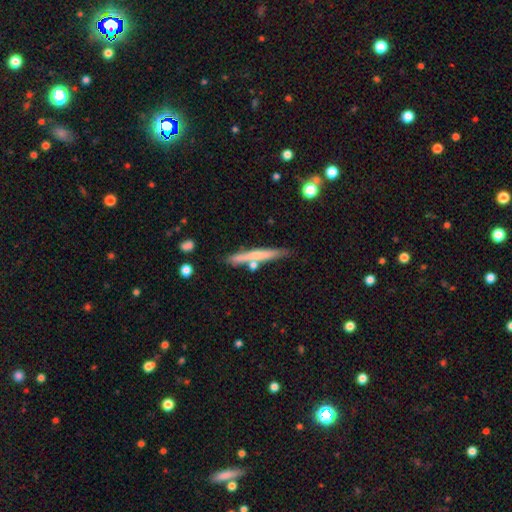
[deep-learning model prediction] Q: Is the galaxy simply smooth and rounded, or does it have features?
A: smooth — 54%.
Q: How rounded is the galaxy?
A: cigar-shaped — 94%.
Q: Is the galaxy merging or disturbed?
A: none — 75%.